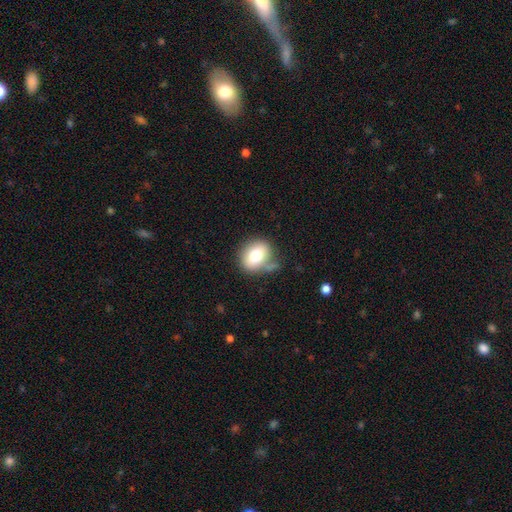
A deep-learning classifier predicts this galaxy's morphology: A smooth galaxy with no disk features (74%) that is round (58%).

Vote fractions:
- Smooth or featured? smooth: 74% / featured or disk: 17% / star or artifact: 9%
- How rounded? round: 58% / in between: 41% / cigar-shaped: 1%
- Merging? none: 59% / minor disturbance: 25% / major disturbance: 9% / merger: 7%